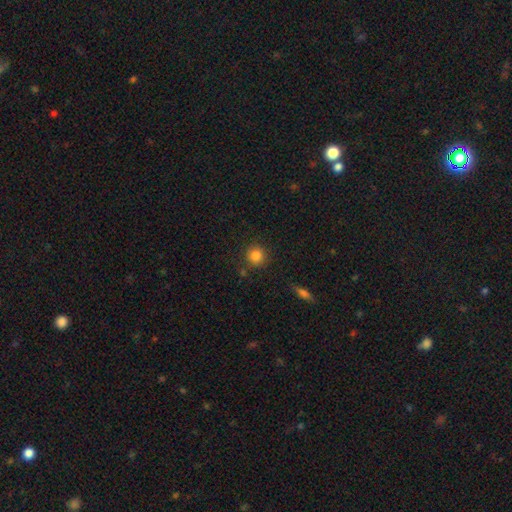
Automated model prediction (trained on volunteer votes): smooth_or_featured: smooth (p=0.84) [alt: star or artifact p=0.11]
how_rounded: round (p=0.93) [alt: in between p=0.06]
merging: none (p=0.85) [alt: minor disturbance p=0.09]